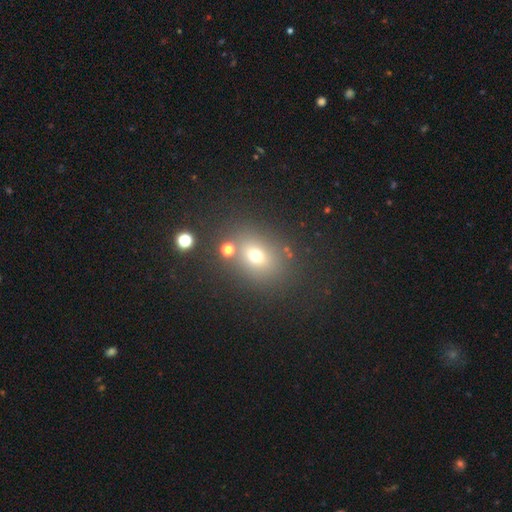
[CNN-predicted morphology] Overall: smooth (66%). How rounded: in between (49%, tied with round). Merging: none (74%).